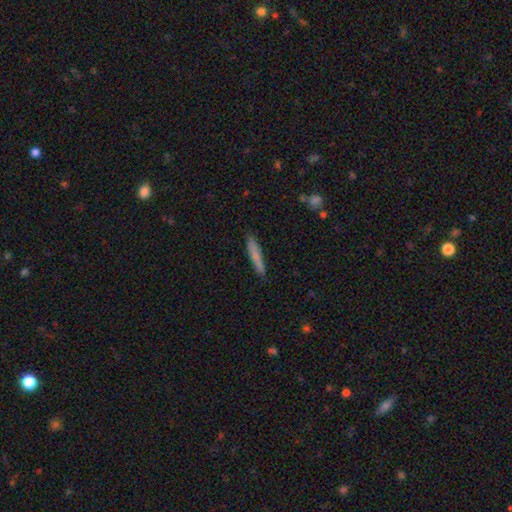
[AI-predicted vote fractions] Smooth or featured? Predicted: smooth (p=0.75). How rounded? Predicted: cigar-shaped (p=0.94). Merging? Predicted: none (p=0.87).